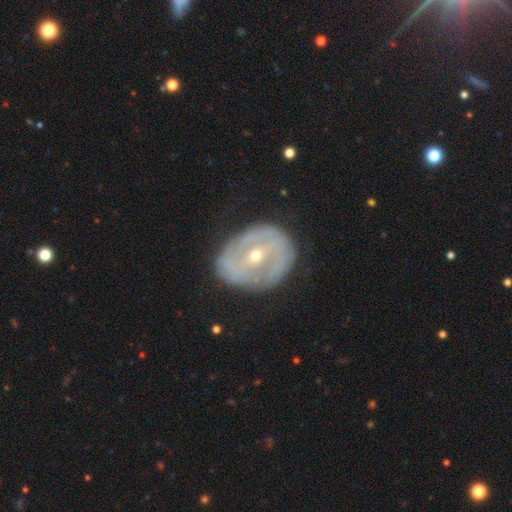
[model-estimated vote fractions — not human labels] Smooth or featured?
  - featured or disk: 77% *
  - smooth: 16%
  - star or artifact: 7%
Edge-on disk?
  - no: 95% *
  - yes: 5%
Bar?
  - weak: 40% *
  - no: 33%
  - strong: 27%
Spiral arms?
  - yes: 62% *
  - no: 38%
Bulge size?
  - small: 63% *
  - moderate: 34%
  - large: 1%
  - none: 1%
  - dominant: 1%
Merging?
  - none: 72% *
  - minor disturbance: 18%
  - major disturbance: 8%
  - merger: 2%